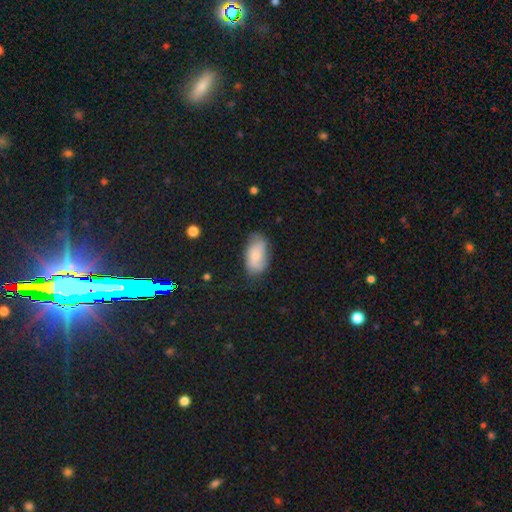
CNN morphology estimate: smooth-or-featured: smooth: 71% | featured or disk: 21% | star or artifact: 8%
  how-rounded: in between: 93% | round: 4% | cigar-shaped: 2%
  merging: none: 64% | minor disturbance: 26% | major disturbance: 8% | merger: 2%